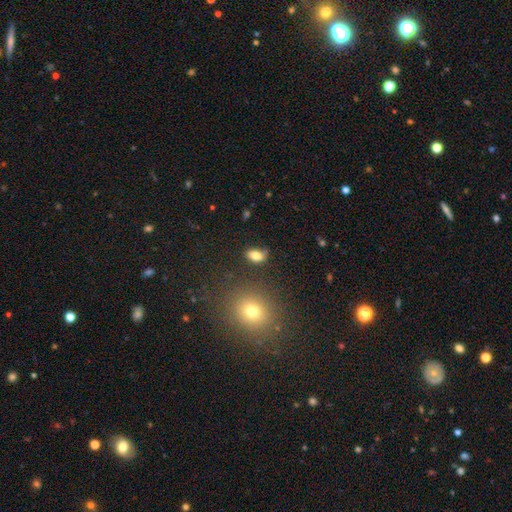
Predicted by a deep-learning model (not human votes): A smooth galaxy with no disk features (80%) that is in between round and cigar-shaped (86%).

Vote fractions:
- Smooth or featured? smooth: 80% / star or artifact: 11% / featured or disk: 9%
- How rounded? in between: 86% / round: 12% / cigar-shaped: 3%
- Merging? none: 71% / minor disturbance: 18% / major disturbance: 6% / merger: 5%